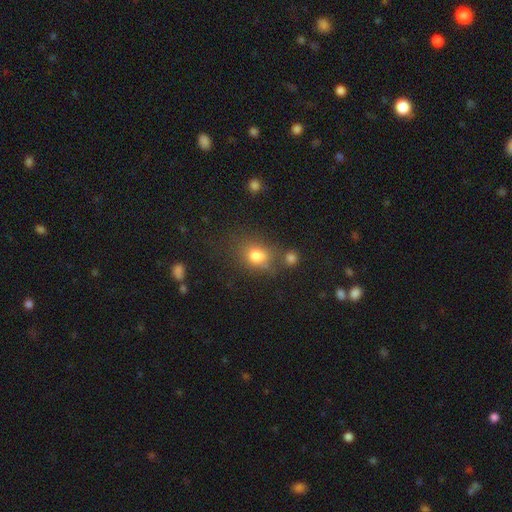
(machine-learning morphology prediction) Q: Smooth or featured?
A: smooth (79%); runner-up: star or artifact (13%)
Q: How rounded?
A: round (51%); runner-up: in between (48%)
Q: Merging?
A: none (57%); runner-up: minor disturbance (18%)